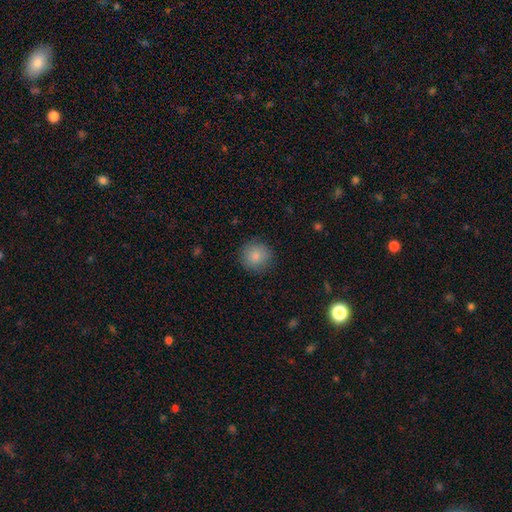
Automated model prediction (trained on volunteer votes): This appears to be a smooth galaxy with no disk features (86%) that is round (94%). Merging: none (88%).